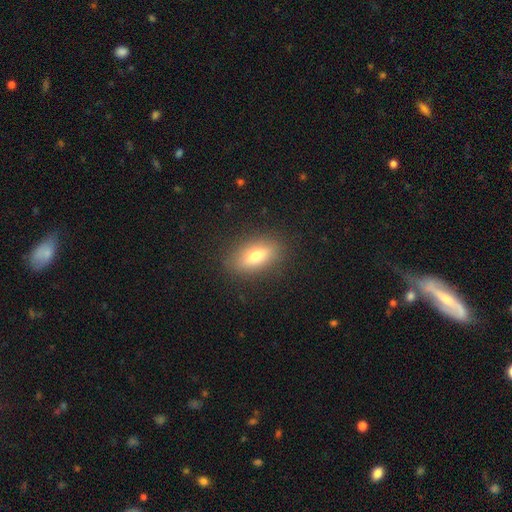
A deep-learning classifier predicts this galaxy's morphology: This appears to be a smooth galaxy with no disk features (71%) that is in between round and cigar-shaped (80%). Merging: none (86%).